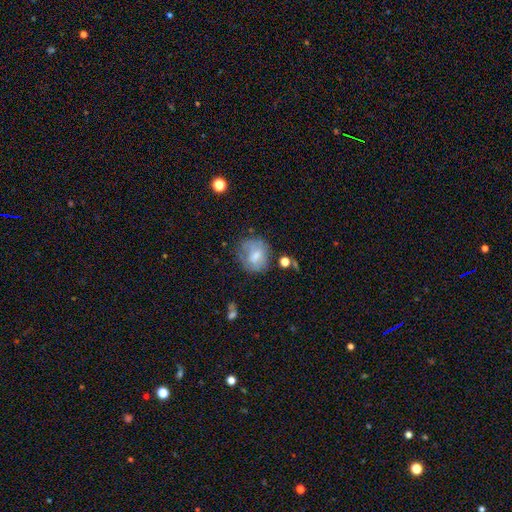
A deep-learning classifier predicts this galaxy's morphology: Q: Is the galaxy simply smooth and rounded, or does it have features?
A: smooth — 63%.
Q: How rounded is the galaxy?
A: round — 69%.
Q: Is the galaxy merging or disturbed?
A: none — 57%.